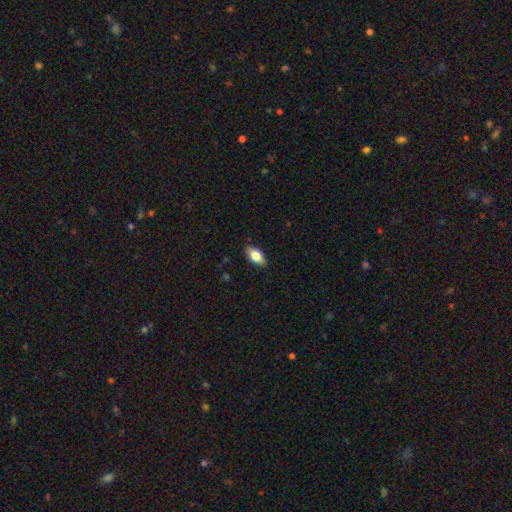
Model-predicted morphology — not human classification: Smooth or featured?
  - smooth: 74% *
  - featured or disk: 19%
  - star or artifact: 7%
How rounded?
  - in between: 89% *
  - cigar-shaped: 7%
  - round: 4%
Merging?
  - none: 87% *
  - minor disturbance: 10%
  - major disturbance: 2%
  - merger: 1%